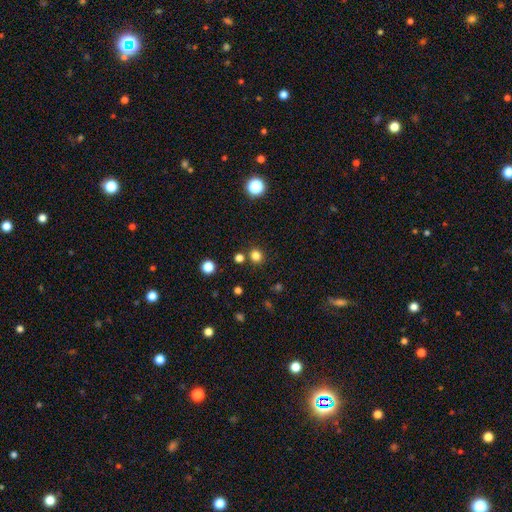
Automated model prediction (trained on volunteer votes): Smooth or featured: smooth — 79% (star or artifact — 16%)
How rounded: round — 91% (in between — 8%)
Merging: none — 84% (minor disturbance — 7%)